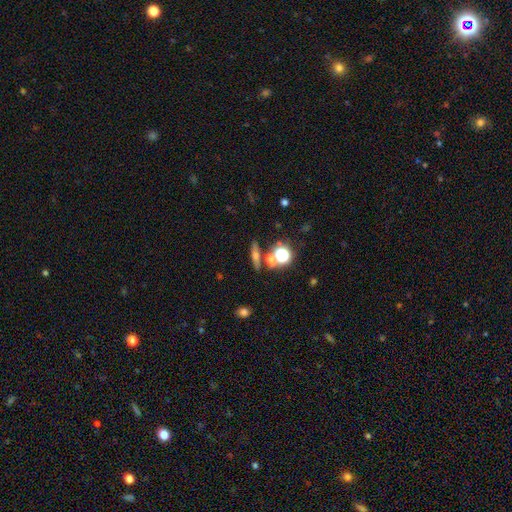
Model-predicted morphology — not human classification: Smooth or featured?
  - featured or disk: 44% *
  - smooth: 37%
  - star or artifact: 19%
Merging?
  - none: 78% *
  - merger: 10%
  - minor disturbance: 8%
  - major disturbance: 3%